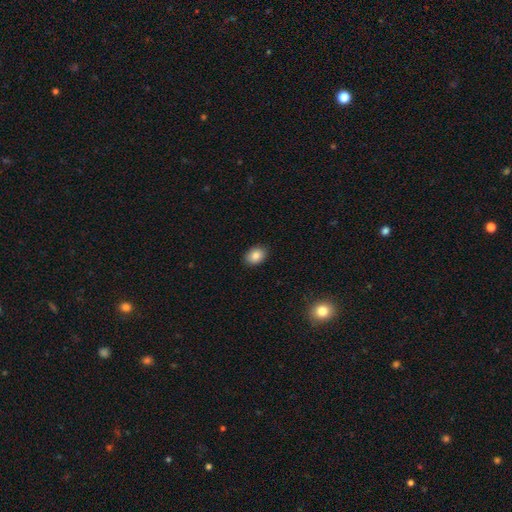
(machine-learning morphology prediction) Smooth or featured? smooth (85%)
How rounded? in between (73%)
Merging? none (89%)